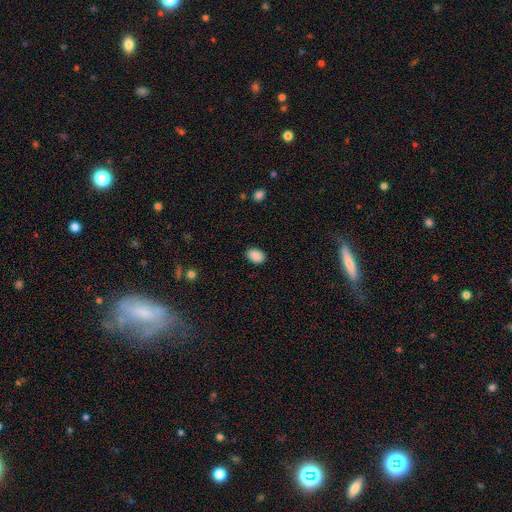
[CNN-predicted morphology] smooth-or-featured: smooth: 89% | star or artifact: 8% | featured or disk: 3%
  how-rounded: in between: 83% | round: 16% | cigar-shaped: 1%
  merging: none: 87% | minor disturbance: 10% | major disturbance: 2% | merger: 1%